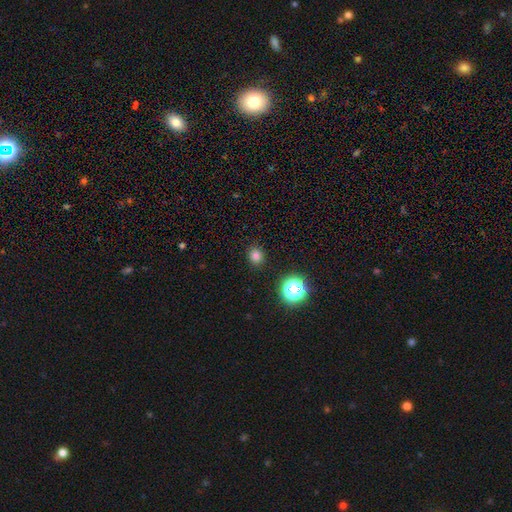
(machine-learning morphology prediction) smooth-or-featured: smooth: 78% | star or artifact: 18% | featured or disk: 5%
  how-rounded: round: 76% | in between: 23% | cigar-shaped: 1%
  merging: none: 89% | minor disturbance: 7% | major disturbance: 2% | merger: 1%